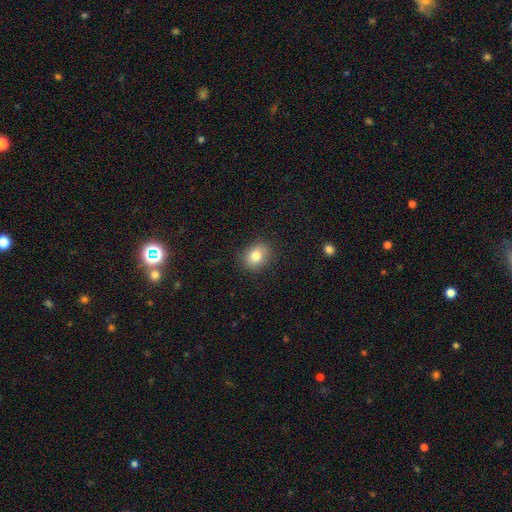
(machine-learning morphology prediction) A smooth galaxy with no disk features (81%) that is round (55%).

Vote fractions:
- Smooth or featured? smooth: 81% / star or artifact: 10% / featured or disk: 9%
- How rounded? round: 55% / in between: 44% / cigar-shaped: 1%
- Merging? none: 87% / minor disturbance: 9% / major disturbance: 3% / merger: 1%